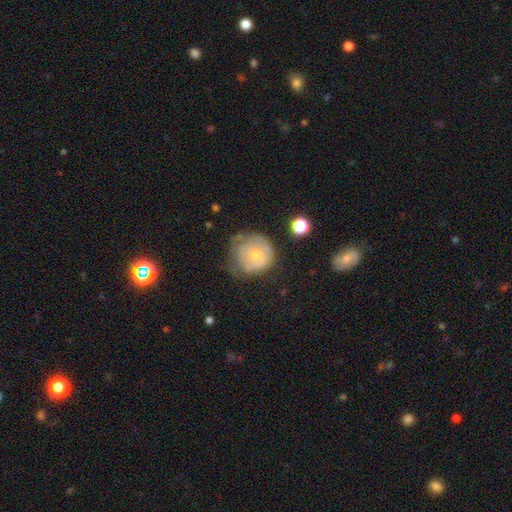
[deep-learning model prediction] smooth-or-featured: smooth: 55% | featured or disk: 36% | star or artifact: 9%
  how-rounded: round: 86% | in between: 13% | cigar-shaped: 1%
  merging: none: 44% | minor disturbance: 34% | major disturbance: 19% | merger: 3%